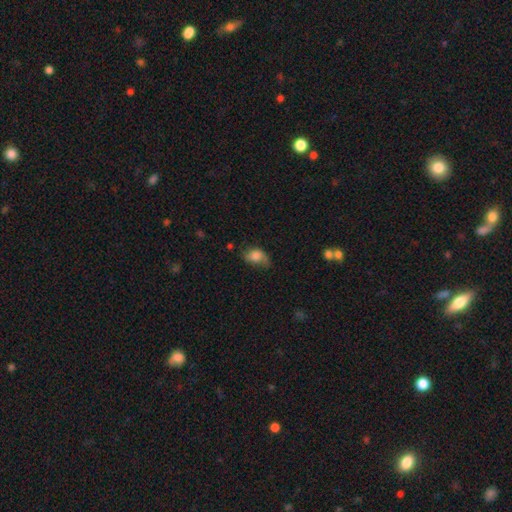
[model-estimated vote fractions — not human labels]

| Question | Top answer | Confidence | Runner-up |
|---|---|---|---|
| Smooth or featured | smooth | 72% | featured or disk (19%) |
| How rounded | in between | 80% | round (18%) |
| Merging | none | 45% | minor disturbance (37%) |